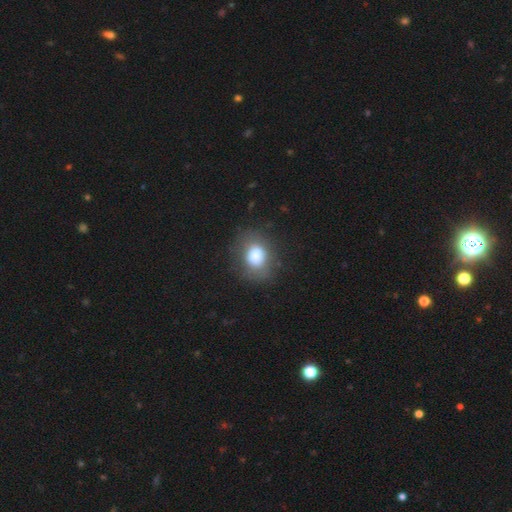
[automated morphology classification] smooth-or-featured: smooth: 75% | featured or disk: 15% | star or artifact: 10%
  how-rounded: in between: 54% | round: 45% | cigar-shaped: 1%
  merging: none: 68% | minor disturbance: 19% | major disturbance: 11% | merger: 2%